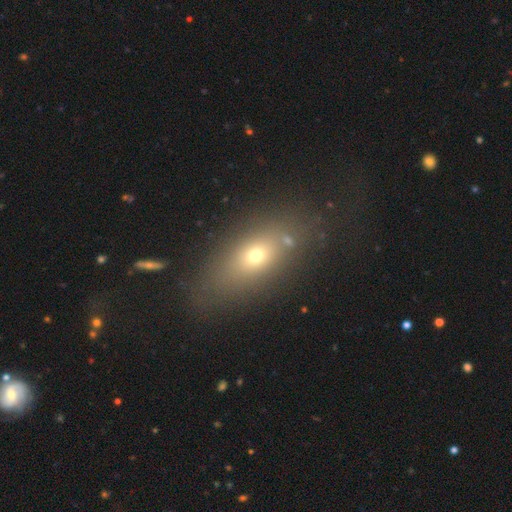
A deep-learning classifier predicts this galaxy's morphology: smooth-or-featured: smooth: 62% | featured or disk: 22% | star or artifact: 16%
  how-rounded: in between: 68% | cigar-shaped: 16% | round: 15%
  merging: none: 76% | minor disturbance: 12% | major disturbance: 7% | merger: 5%